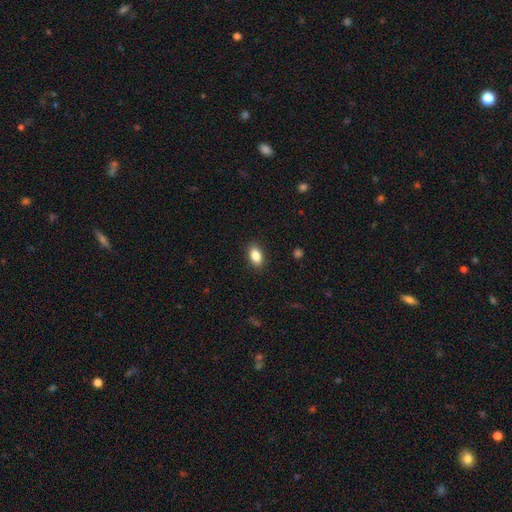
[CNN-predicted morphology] Smooth or featured? smooth (86%)
How rounded? in between (88%)
Merging? none (89%)